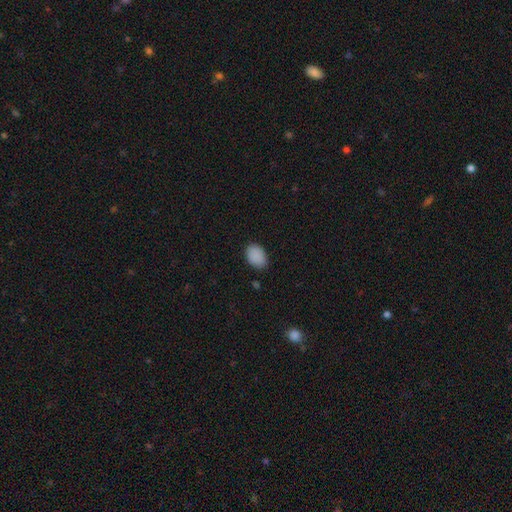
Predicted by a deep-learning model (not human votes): smooth_or_featured: smooth (p=0.89) [alt: star or artifact p=0.08]
how_rounded: in between (p=0.83) [alt: round p=0.16]
merging: none (p=0.84) [alt: minor disturbance p=0.13]